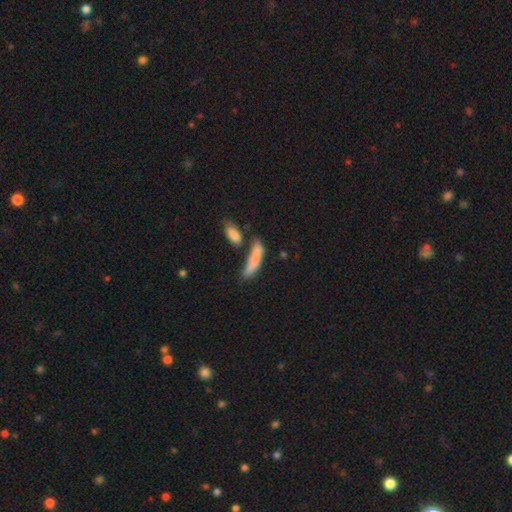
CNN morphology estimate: Q: Smooth or featured?
A: smooth (79%); runner-up: featured or disk (13%)
Q: How rounded?
A: cigar-shaped (67%); runner-up: in between (30%)
Q: Merging?
A: none (46%); runner-up: merger (23%)